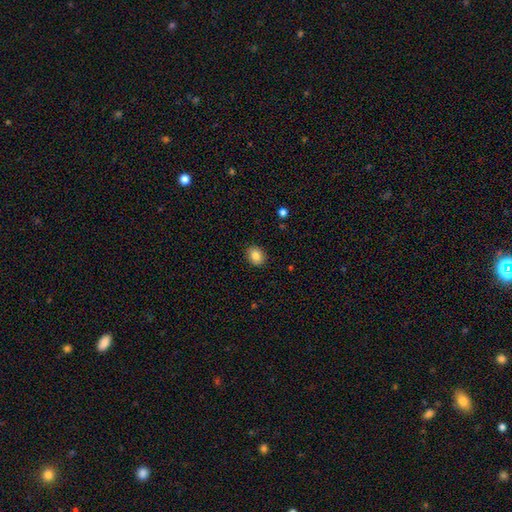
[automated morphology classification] smooth_or_featured: smooth (p=0.83) [alt: star or artifact p=0.09]
how_rounded: round (p=0.52) [alt: in between p=0.47]
merging: none (p=0.90) [alt: minor disturbance p=0.07]